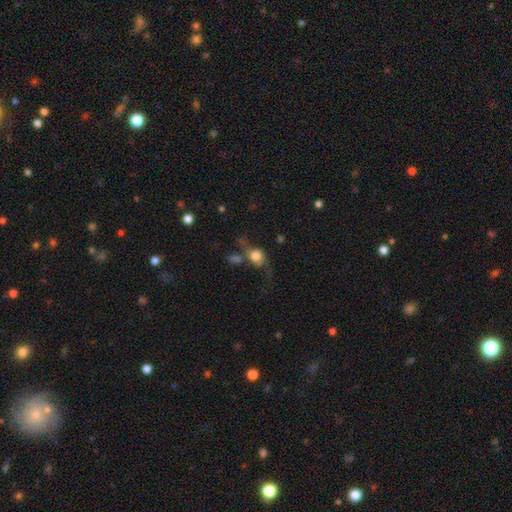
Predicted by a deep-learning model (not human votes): Smooth or featured: smooth — 55% (featured or disk — 34%)
How rounded: round — 62% (in between — 34%)
Merging: none — 39% (major disturbance — 27%)